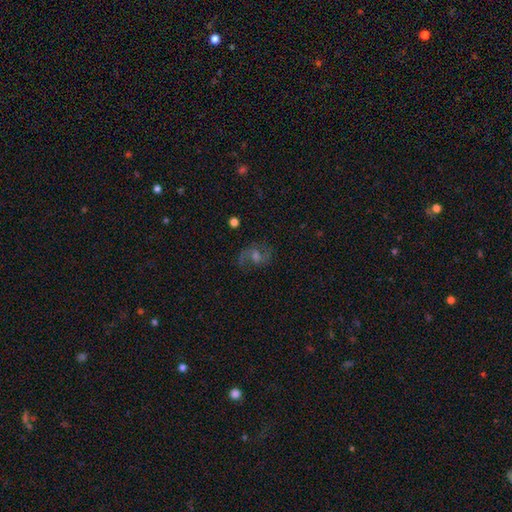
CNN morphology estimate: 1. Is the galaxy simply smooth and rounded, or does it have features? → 73% featured or disk, 13% star or artifact, 13% smooth.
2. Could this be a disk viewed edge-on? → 97% no, 3% yes.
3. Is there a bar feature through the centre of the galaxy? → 46% weak, 44% no, 10% strong.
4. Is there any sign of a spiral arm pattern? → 94% yes, 6% no.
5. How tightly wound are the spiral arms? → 50% medium, 36% loose, 13% tight.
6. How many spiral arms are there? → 87% 2, 5% can't tell, 3% 1, 2% 3, 1% 4, 1% more than 4.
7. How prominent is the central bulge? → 54% moderate, 32% small, 8% large, 5% none, 1% dominant.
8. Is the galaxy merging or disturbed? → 77% none, 14% minor disturbance, 8% major disturbance, 1% merger.